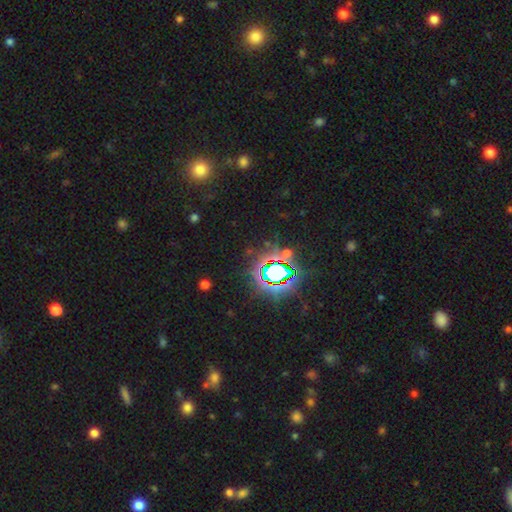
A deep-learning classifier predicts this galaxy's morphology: Smooth or featured?
  - star or artifact: 79% *
  - smooth: 13%
  - featured or disk: 8%